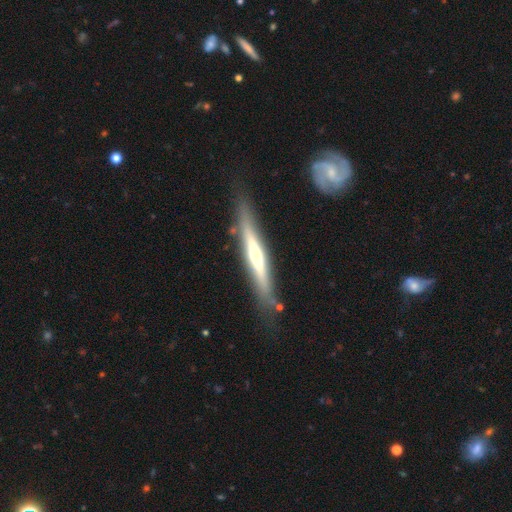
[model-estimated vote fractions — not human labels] Smooth or featured? Predicted: featured or disk (p=0.64). Edge-on disk? Predicted: yes (p=0.94). Edge-on bulge? Predicted: rounded (p=0.70). Merging? Predicted: none (p=0.80).